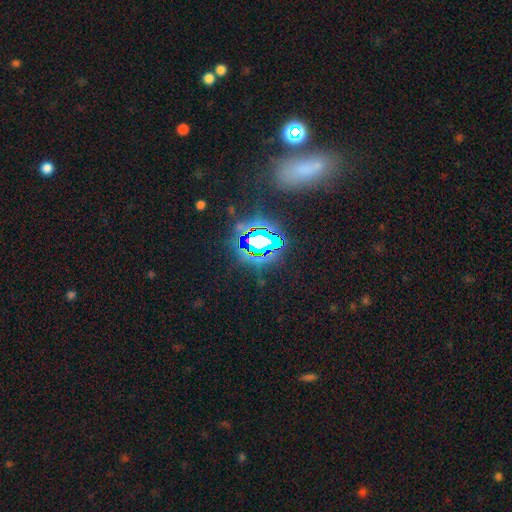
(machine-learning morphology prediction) type=star or artifact (69%).